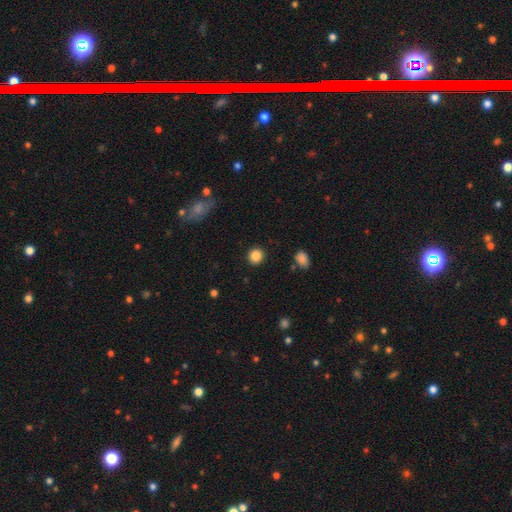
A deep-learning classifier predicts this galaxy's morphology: Smooth or featured: smooth — 86% (star or artifact — 10%)
How rounded: round — 88% (in between — 11%)
Merging: none — 91% (minor disturbance — 6%)